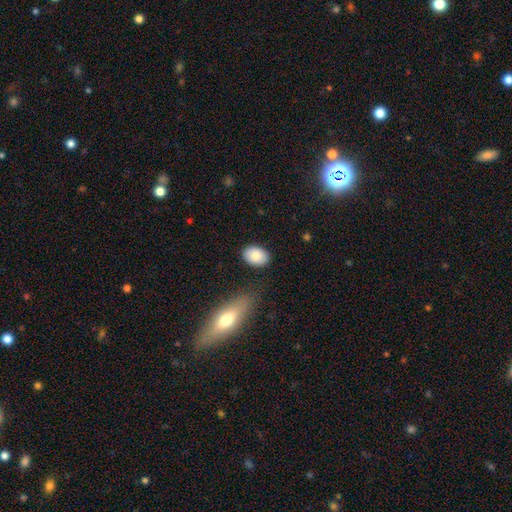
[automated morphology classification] This is clearly a smooth galaxy (84%). How rounded: clearly in between (85%). Merging: clearly none (84%).